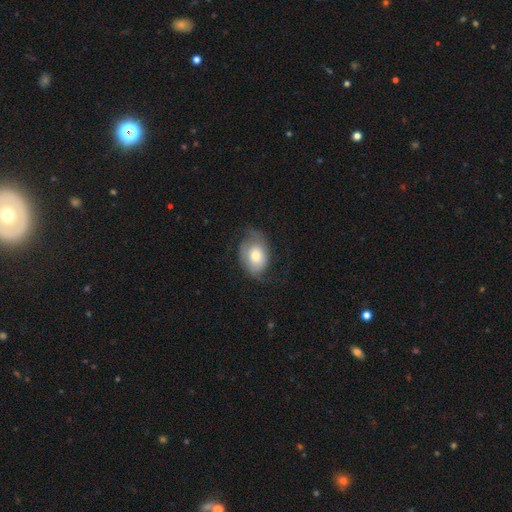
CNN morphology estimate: smooth_or_featured: smooth (p=0.60) [alt: featured or disk p=0.33]
how_rounded: in between (p=0.75) [alt: round p=0.24]
merging: none (p=0.49) [alt: minor disturbance p=0.31]